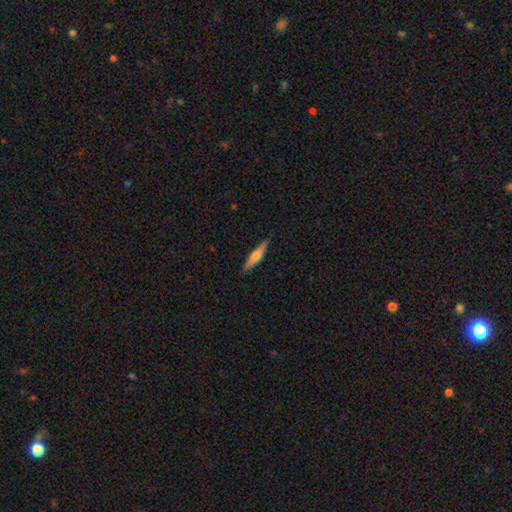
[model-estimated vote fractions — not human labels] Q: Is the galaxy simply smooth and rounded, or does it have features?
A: smooth — 47%, tied with featured or disk.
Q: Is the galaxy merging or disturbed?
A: none — 90%.